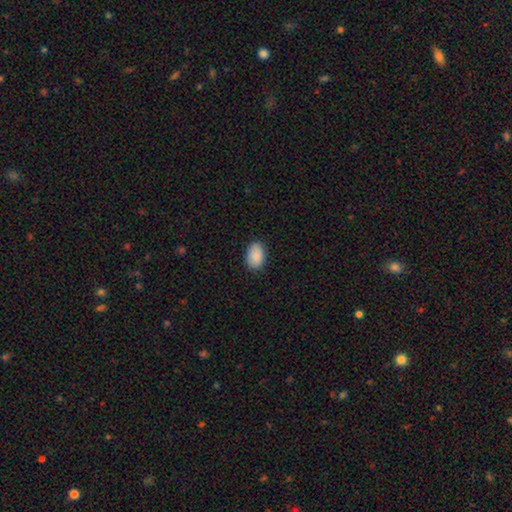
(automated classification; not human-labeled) Smooth or featured? smooth (89%)
How rounded? in between (88%)
Merging? none (87%)